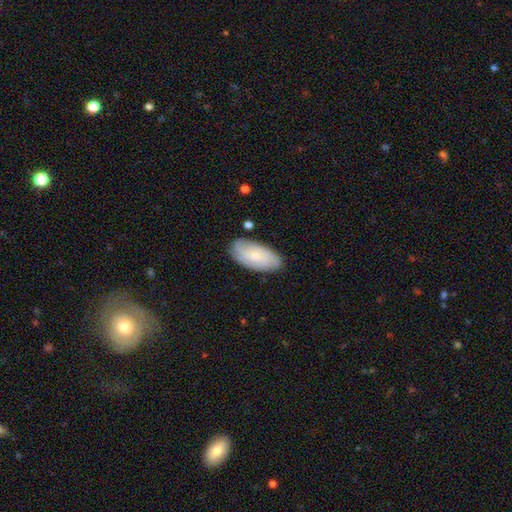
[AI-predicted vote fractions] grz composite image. It shows a featured or disk galaxy (48%). Merging: none (78%).